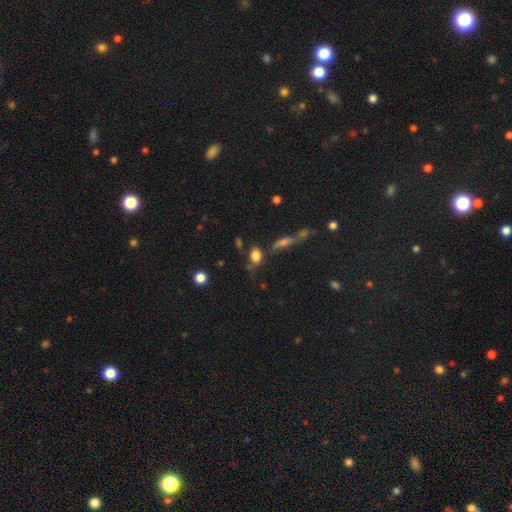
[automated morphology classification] A smooth galaxy with no disk features (75%) that is in between round and cigar-shaped (67%). Merging: none (53%).